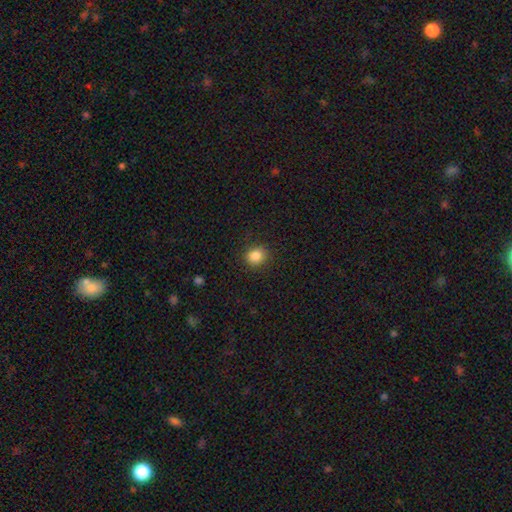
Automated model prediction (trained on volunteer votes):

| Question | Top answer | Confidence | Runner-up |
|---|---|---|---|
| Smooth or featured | smooth | 85% | star or artifact (10%) |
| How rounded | round | 79% | in between (20%) |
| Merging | none | 89% | minor disturbance (8%) |